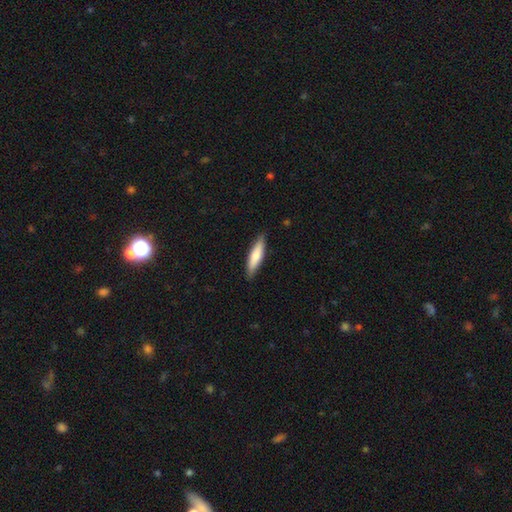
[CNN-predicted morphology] smooth 74%, featured or disk 21%, star or artifact 5%. Down the decision tree: how rounded — cigar-shaped (73%); merging — none (87%).